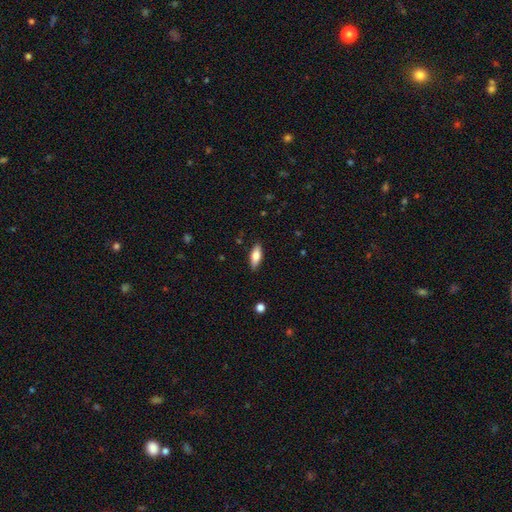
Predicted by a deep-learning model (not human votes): A smooth galaxy with no disk features (74%) that is in between round and cigar-shaped (74%).

Vote fractions:
- Smooth or featured? smooth: 74% / featured or disk: 20% / star or artifact: 6%
- How rounded? in between: 74% / cigar-shaped: 24% / round: 2%
- Merging? none: 86% / minor disturbance: 11% / major disturbance: 2% / merger: 1%